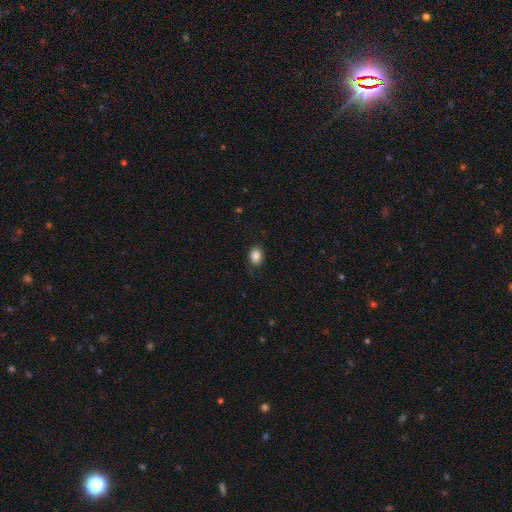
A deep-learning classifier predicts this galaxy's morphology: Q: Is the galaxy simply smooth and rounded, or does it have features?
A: smooth — 87%.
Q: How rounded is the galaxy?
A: in between — 68%.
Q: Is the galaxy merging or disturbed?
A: none — 80%.